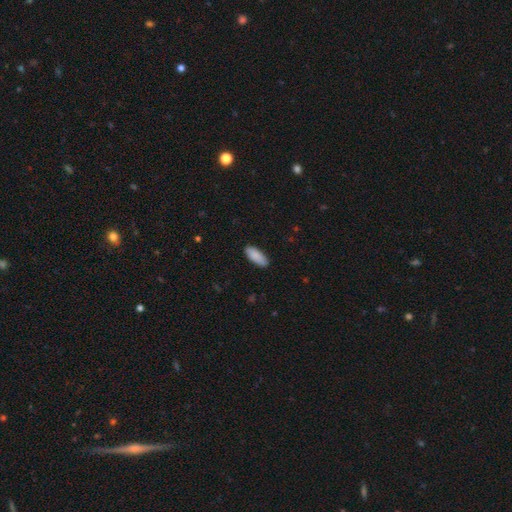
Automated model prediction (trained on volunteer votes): Smooth or featured? smooth (89%)
How rounded? in between (77%)
Merging? none (87%)